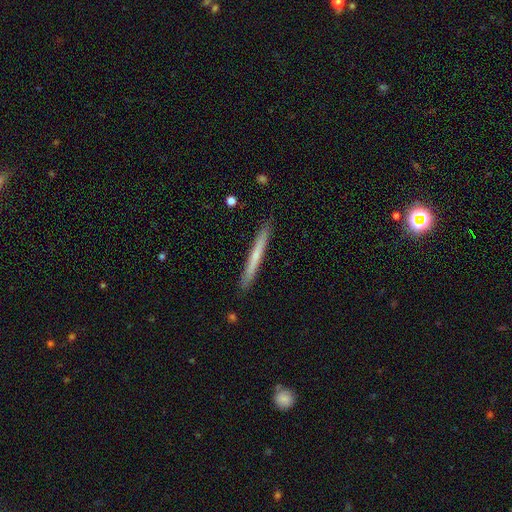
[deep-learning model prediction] Smooth or featured? Predicted: smooth (p=0.56). How rounded? Predicted: cigar-shaped (p=0.97). Merging? Predicted: none (p=0.91).